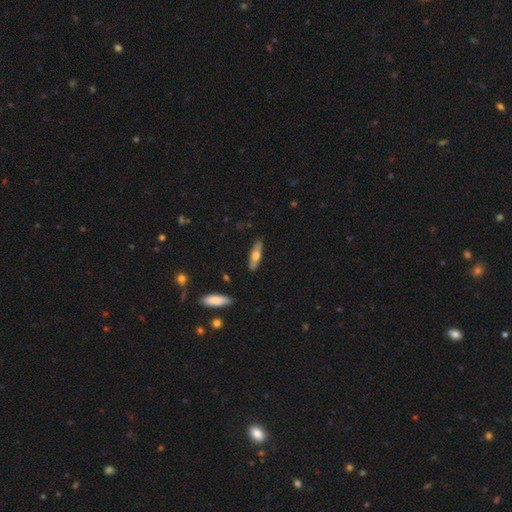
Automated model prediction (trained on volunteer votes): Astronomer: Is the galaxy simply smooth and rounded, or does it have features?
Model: smooth — 53% (runner-up: featured or disk, 42%).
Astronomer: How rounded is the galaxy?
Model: cigar-shaped — 65%.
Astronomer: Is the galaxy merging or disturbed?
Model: none — 87%.